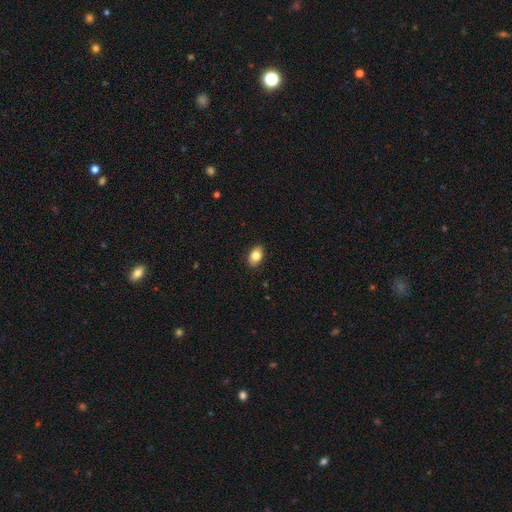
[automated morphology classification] smooth-or-featured: smooth: 84% | featured or disk: 8% | star or artifact: 8%
  how-rounded: in between: 87% | round: 12% | cigar-shaped: 2%
  merging: none: 88% | minor disturbance: 9% | major disturbance: 2% | merger: 1%